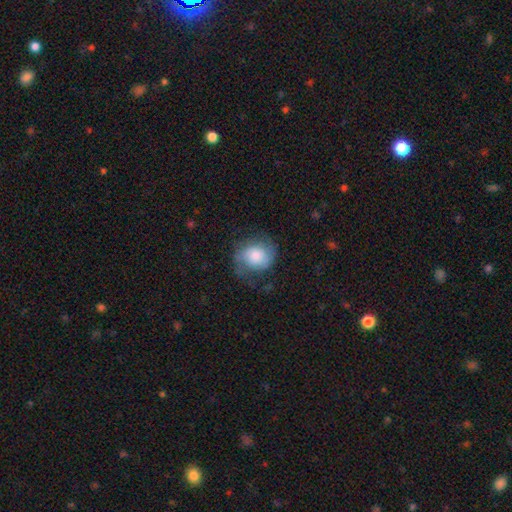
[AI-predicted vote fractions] Smooth or featured?
  - smooth: 58% *
  - featured or disk: 33%
  - star or artifact: 8%
How rounded?
  - round: 69% *
  - in between: 30%
  - cigar-shaped: 1%
Merging?
  - none: 55% *
  - minor disturbance: 27%
  - major disturbance: 17%
  - merger: 2%